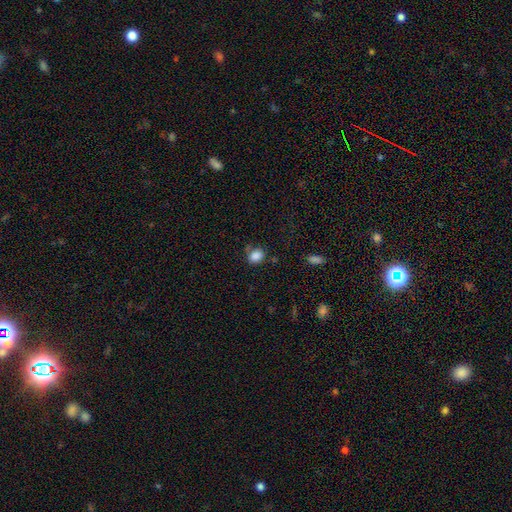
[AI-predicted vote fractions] This is clearly a smooth galaxy (85%). How rounded: possibly in between (57%). Merging: likely none (63%).